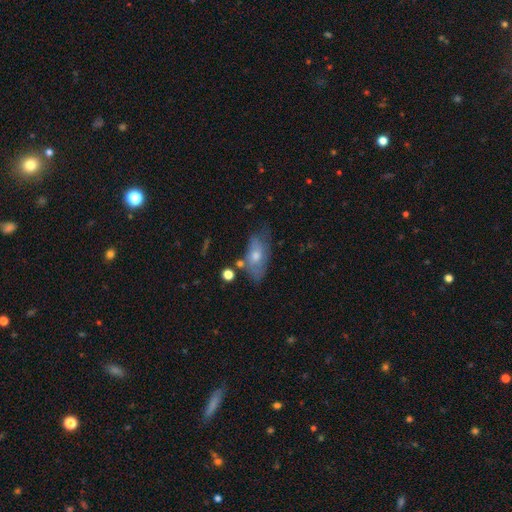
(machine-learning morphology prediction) A smooth galaxy with no disk features (56%) that is in between round and cigar-shaped (85%). Merging: none (56%).